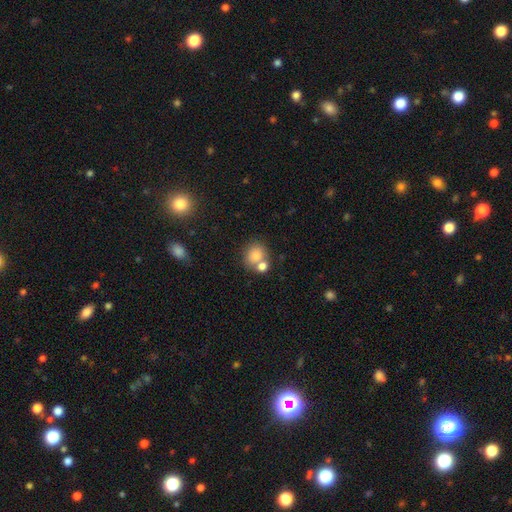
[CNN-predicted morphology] Smooth or featured? Predicted: smooth (p=0.80). How rounded? Predicted: round (p=0.71). Merging? Predicted: none (p=0.50).